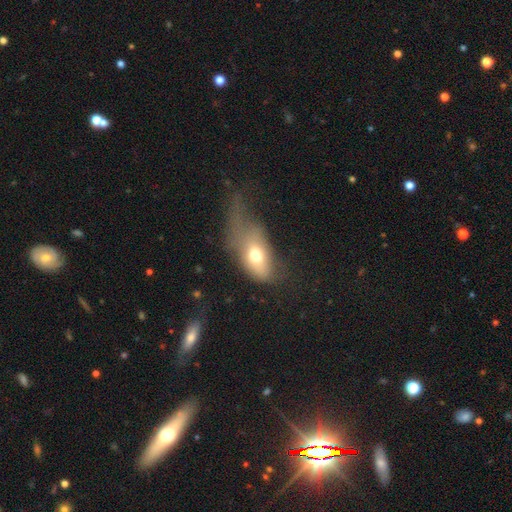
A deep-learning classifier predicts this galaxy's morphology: This is likely a smooth galaxy (67%). How rounded: clearly in between (86%). Merging: possibly major disturbance (53%).